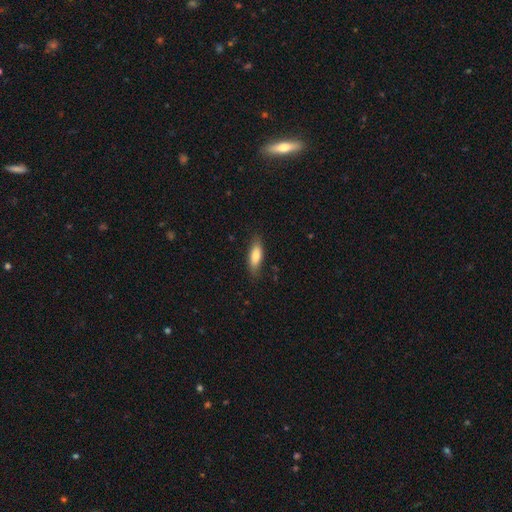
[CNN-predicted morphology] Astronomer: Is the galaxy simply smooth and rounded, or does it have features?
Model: smooth — 79%.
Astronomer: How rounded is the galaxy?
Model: in between — 60% (runner-up: cigar-shaped, 38%).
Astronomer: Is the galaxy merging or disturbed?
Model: none — 82%.